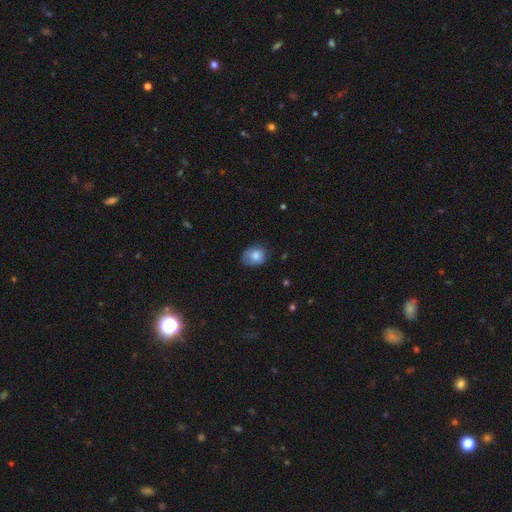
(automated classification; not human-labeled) A smooth galaxy with no disk features (79%) that is in between round and cigar-shaped (58%).

Vote fractions:
- Smooth or featured? smooth: 79% / featured or disk: 13% / star or artifact: 8%
- How rounded? in between: 58% / round: 41% / cigar-shaped: 1%
- Merging? none: 59% / minor disturbance: 31% / major disturbance: 9% / merger: 1%